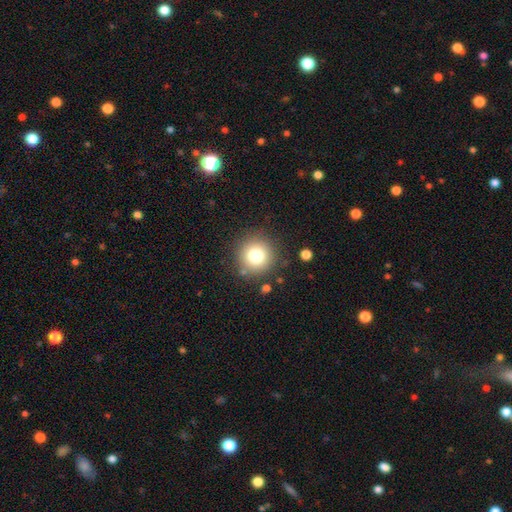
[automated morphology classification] smooth_or_featured: smooth (p=0.77) [alt: star or artifact p=0.13]
how_rounded: round (p=0.94) [alt: in between p=0.05]
merging: none (p=0.86) [alt: minor disturbance p=0.08]